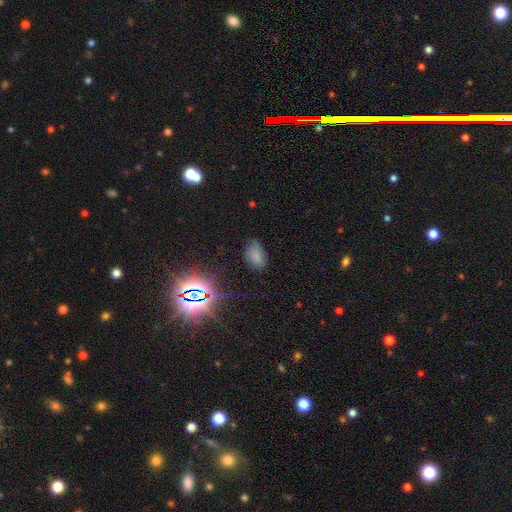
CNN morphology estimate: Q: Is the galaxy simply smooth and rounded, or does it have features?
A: smooth — 62%.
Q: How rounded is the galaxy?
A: in between — 88%.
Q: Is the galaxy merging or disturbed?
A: none — 56%.